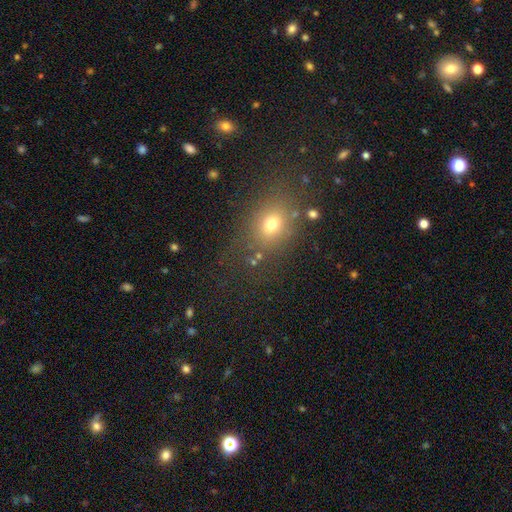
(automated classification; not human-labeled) This appears to be a smooth galaxy with no disk features (57%) that is round (55%). Merging: none (80%).